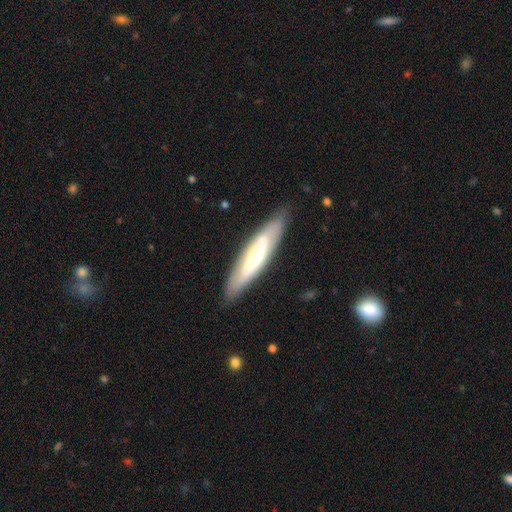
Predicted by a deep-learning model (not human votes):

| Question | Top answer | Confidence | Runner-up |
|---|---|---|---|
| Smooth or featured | featured or disk | 50% | smooth (45%) |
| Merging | none | 83% | minor disturbance (12%) |